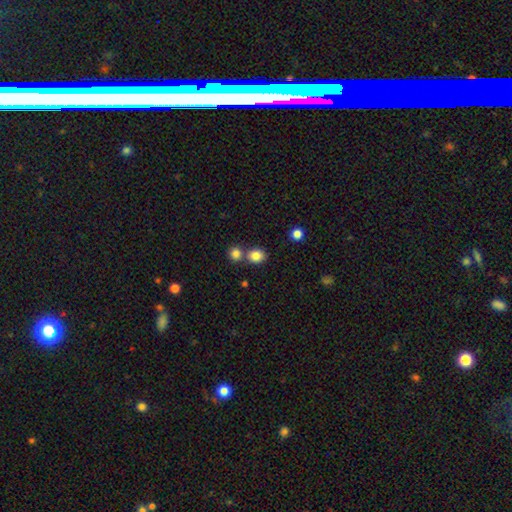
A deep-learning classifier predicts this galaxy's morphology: smooth 84%, star or artifact 11%, featured or disk 6%. Down the decision tree: how rounded — round (69%); merging — none (62%).